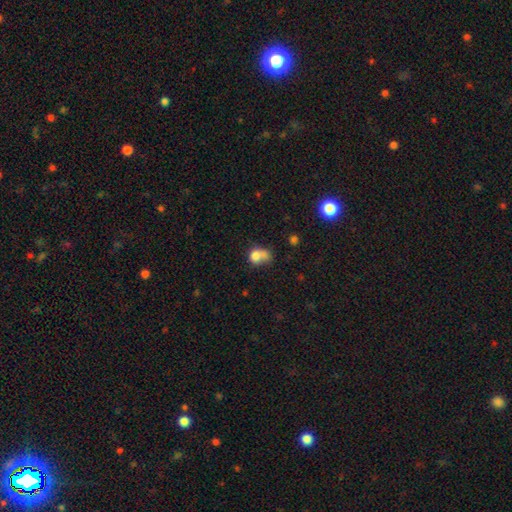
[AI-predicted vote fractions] Smooth or featured?
  - smooth: 75% *
  - featured or disk: 14%
  - star or artifact: 11%
How rounded?
  - round: 56% *
  - in between: 42%
  - cigar-shaped: 1%
Merging?
  - merger: 42% *
  - none: 26%
  - minor disturbance: 17%
  - major disturbance: 15%